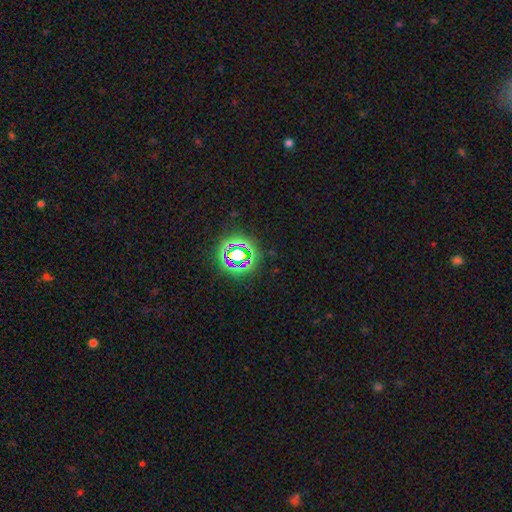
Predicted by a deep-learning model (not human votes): Smooth or featured? star or artifact (74%)